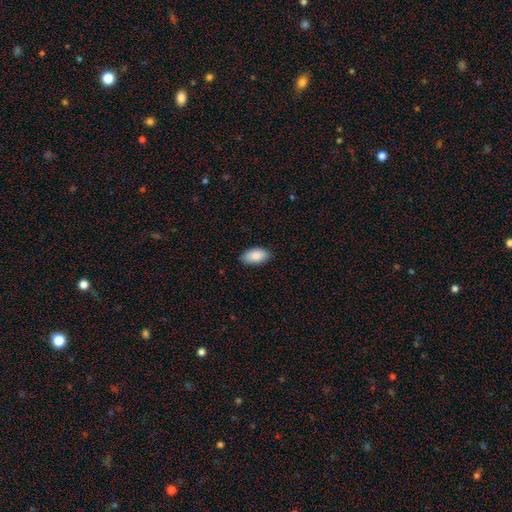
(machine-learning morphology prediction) A smooth galaxy with no disk features (89%) that is in between round and cigar-shaped (94%).

Vote fractions:
- Smooth or featured? smooth: 89% / star or artifact: 6% / featured or disk: 5%
- How rounded? in between: 94% / cigar-shaped: 3% / round: 3%
- Merging? none: 86% / minor disturbance: 11% / major disturbance: 2% / merger: 1%